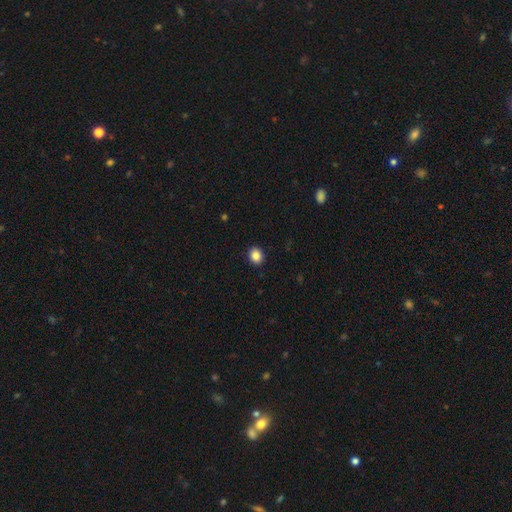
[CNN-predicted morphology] smooth 87%, star or artifact 9%, featured or disk 4%. Down the decision tree: how rounded — round (65%); merging — none (92%).